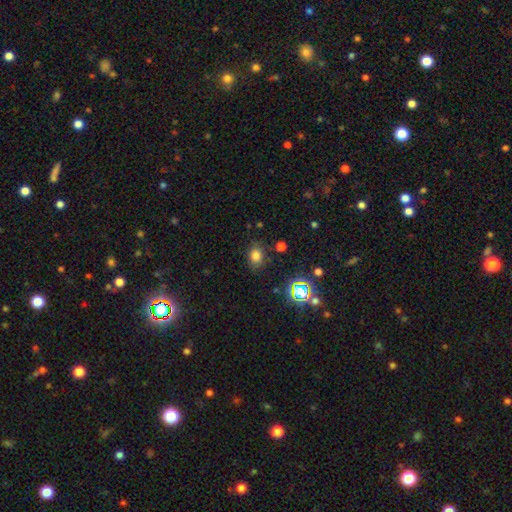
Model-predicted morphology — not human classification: Smooth or featured?
  - smooth: 72% *
  - star or artifact: 20%
  - featured or disk: 8%
How rounded?
  - in between: 59% *
  - round: 39%
  - cigar-shaped: 1%
Merging?
  - none: 78% *
  - minor disturbance: 15%
  - major disturbance: 5%
  - merger: 3%